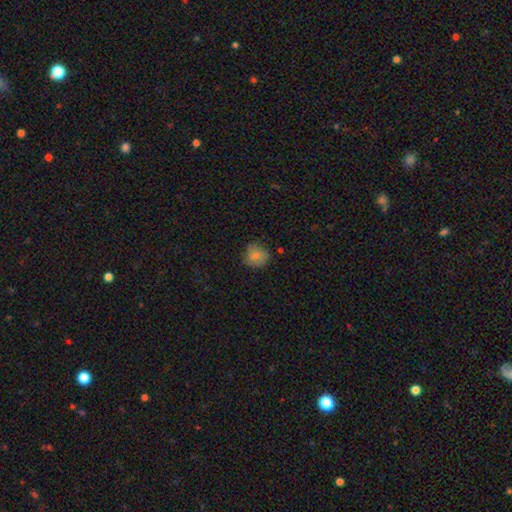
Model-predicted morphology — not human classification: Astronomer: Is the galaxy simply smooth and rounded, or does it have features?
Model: smooth — 74%.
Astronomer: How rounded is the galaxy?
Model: round — 83%.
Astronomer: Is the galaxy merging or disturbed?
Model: none — 74%.